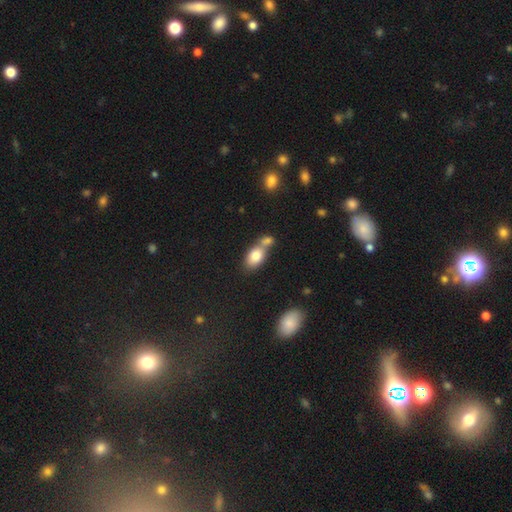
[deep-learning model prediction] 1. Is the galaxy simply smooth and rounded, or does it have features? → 79% smooth, 12% featured or disk, 8% star or artifact.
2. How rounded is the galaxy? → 84% in between, 14% round, 2% cigar-shaped.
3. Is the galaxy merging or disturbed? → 49% merger, 36% none, 11% minor disturbance, 4% major disturbance.